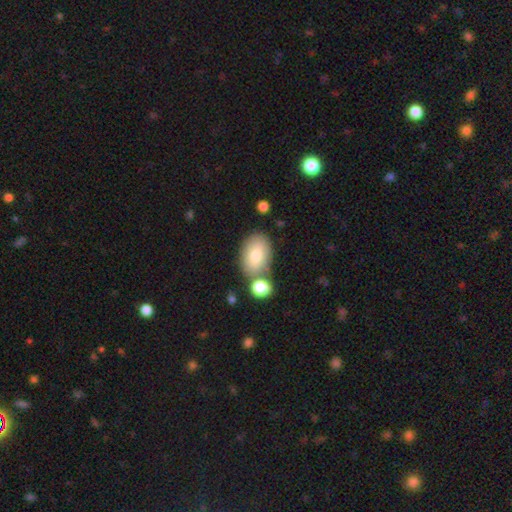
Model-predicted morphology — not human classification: This appears to be a smooth galaxy with no disk features (80%) that is in between round and cigar-shaped (89%). Merging: none (64%).